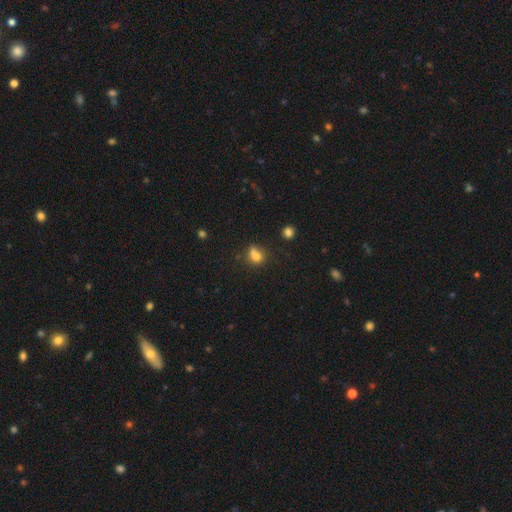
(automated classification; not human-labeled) A smooth galaxy with no disk features (74%) that is round (55%).

Vote fractions:
- Smooth or featured? smooth: 74% / star or artifact: 14% / featured or disk: 11%
- How rounded? round: 55% / in between: 43% / cigar-shaped: 2%
- Merging? none: 44% / merger: 27% / minor disturbance: 20% / major disturbance: 9%